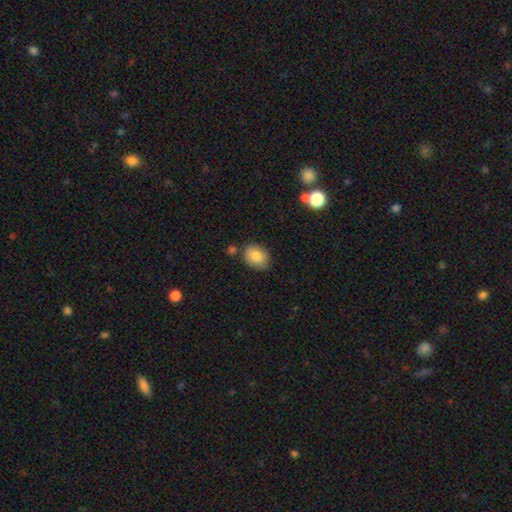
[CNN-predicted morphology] This is clearly a smooth galaxy (84%). How rounded: likely in between (68%). Merging: likely none (73%).